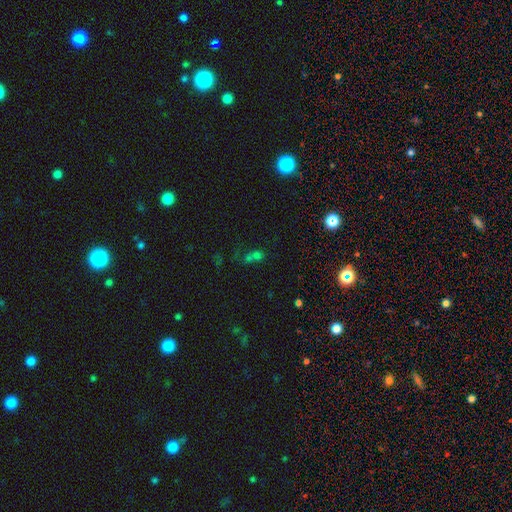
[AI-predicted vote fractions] Overall: smooth (50%; star or artifact 37%). Merging: merger (53%; none 31%).